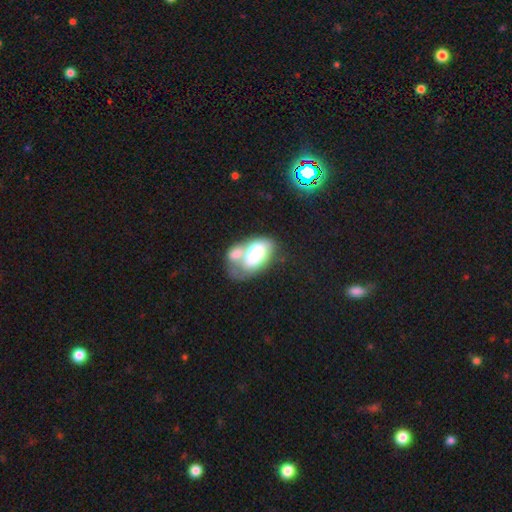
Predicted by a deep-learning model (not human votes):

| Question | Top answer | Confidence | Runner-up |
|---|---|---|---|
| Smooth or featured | smooth | 67% | featured or disk (26%) |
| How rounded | in between | 92% | round (6%) |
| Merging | merger | 58% | none (17%) |